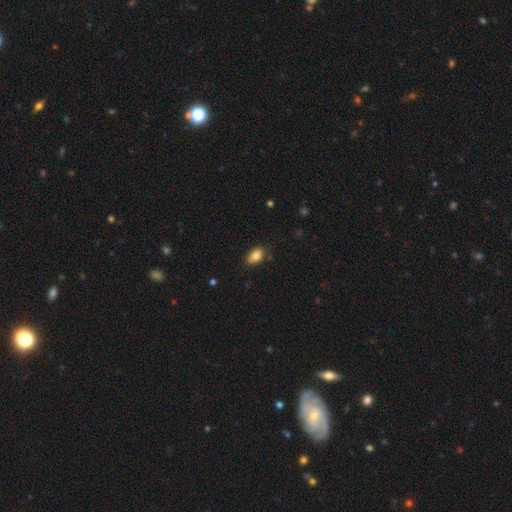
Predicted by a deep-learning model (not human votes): Smooth or featured?
  - smooth: 85% *
  - star or artifact: 8%
  - featured or disk: 6%
How rounded?
  - in between: 90% *
  - round: 8%
  - cigar-shaped: 2%
Merging?
  - none: 81% *
  - minor disturbance: 14%
  - major disturbance: 3%
  - merger: 2%